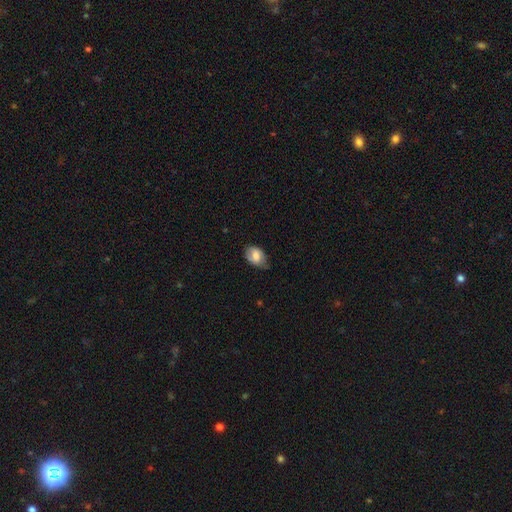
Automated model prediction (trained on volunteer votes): This appears to be a smooth galaxy with no disk features (73%) that is in between round and cigar-shaped (82%). Merging: none (65%).